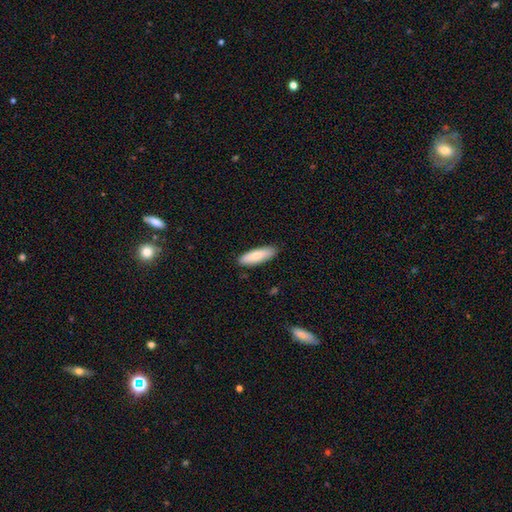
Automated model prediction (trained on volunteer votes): The model was most divided on "how rounded" (2-way tie): in between: 49%, cigar-shaped: 49%, round: 2%. More confident: merging — none (88%); smooth or featured — smooth (82%).